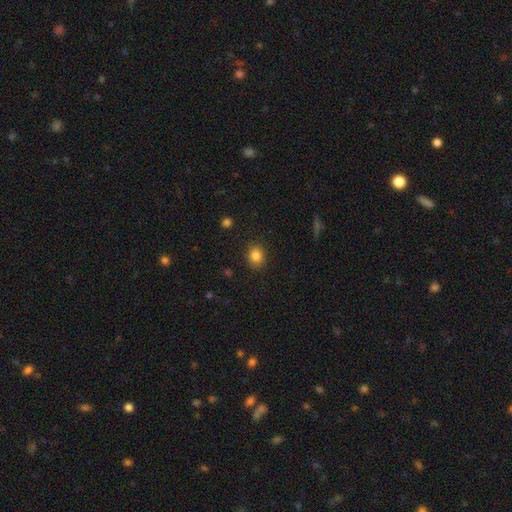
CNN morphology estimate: Smooth or featured? smooth (84%)
How rounded? round (64%)
Merging? none (88%)